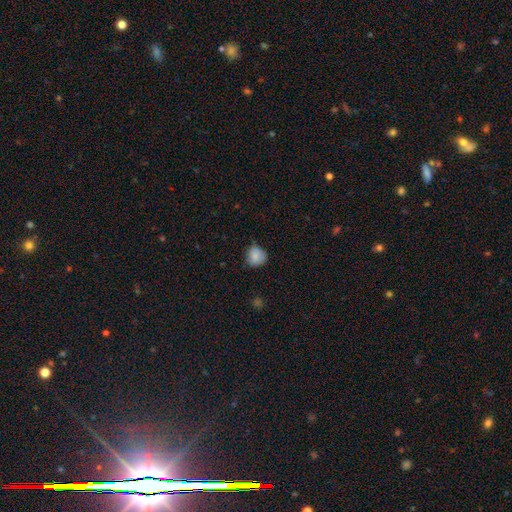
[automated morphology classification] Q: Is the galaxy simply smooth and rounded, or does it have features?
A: smooth — 84%.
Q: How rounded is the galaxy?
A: round — 83%.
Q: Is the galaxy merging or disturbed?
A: none — 65%.